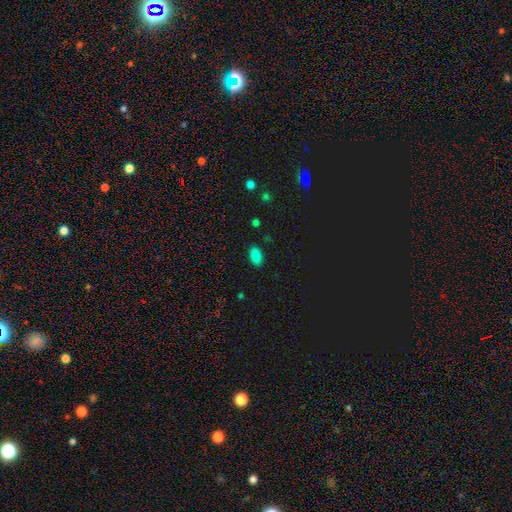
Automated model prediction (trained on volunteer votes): Smooth or featured?
  - smooth: 85% *
  - star or artifact: 11%
  - featured or disk: 4%
How rounded?
  - in between: 92% *
  - cigar-shaped: 5%
  - round: 3%
Merging?
  - none: 87% *
  - minor disturbance: 9%
  - major disturbance: 2%
  - merger: 1%